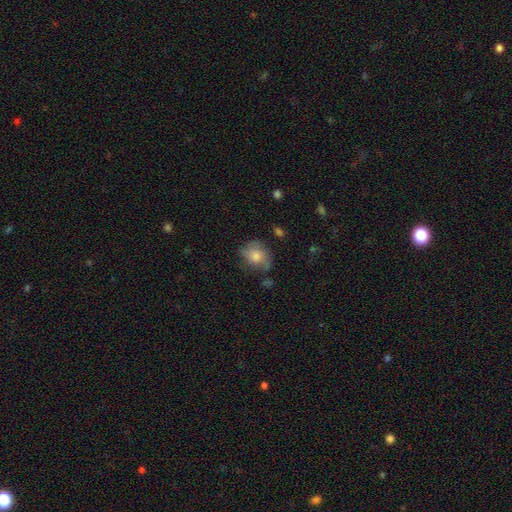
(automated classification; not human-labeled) smooth-or-featured: smooth: 68% | featured or disk: 22% | star or artifact: 10%
  how-rounded: round: 61% | in between: 38% | cigar-shaped: 1%
  merging: none: 57% | minor disturbance: 28% | major disturbance: 11% | merger: 4%